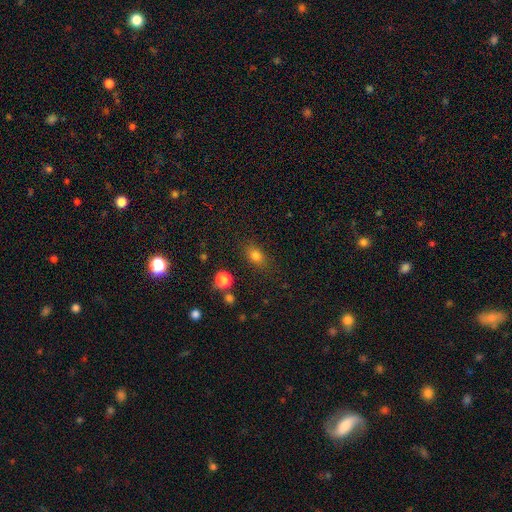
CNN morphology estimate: Smooth or featured? smooth (79%)
How rounded? in between (69%)
Merging? none (81%)